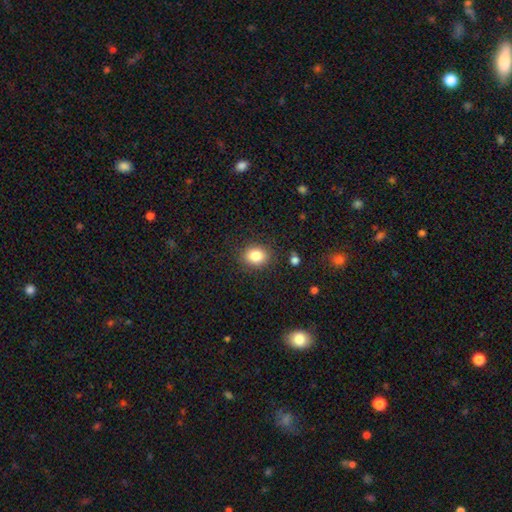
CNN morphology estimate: Overall: smooth (84%). How rounded: round (59%; in between 40%). Merging: none (85%).